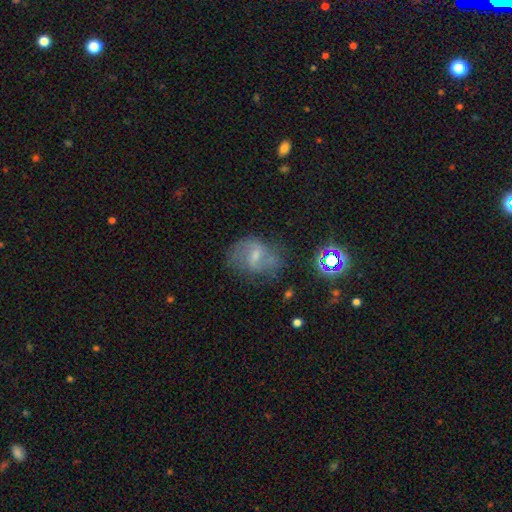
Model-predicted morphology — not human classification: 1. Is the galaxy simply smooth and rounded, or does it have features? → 57% featured or disk, 29% smooth, 14% star or artifact.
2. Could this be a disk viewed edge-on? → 96% no, 4% yes.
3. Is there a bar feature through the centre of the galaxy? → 54% weak, 23% strong, 23% no.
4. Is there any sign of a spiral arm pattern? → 77% yes, 23% no.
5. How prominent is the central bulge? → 49% small, 32% moderate, 14% none, 3% large, 1% dominant.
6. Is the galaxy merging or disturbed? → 52% none, 25% minor disturbance, 17% major disturbance, 6% merger.